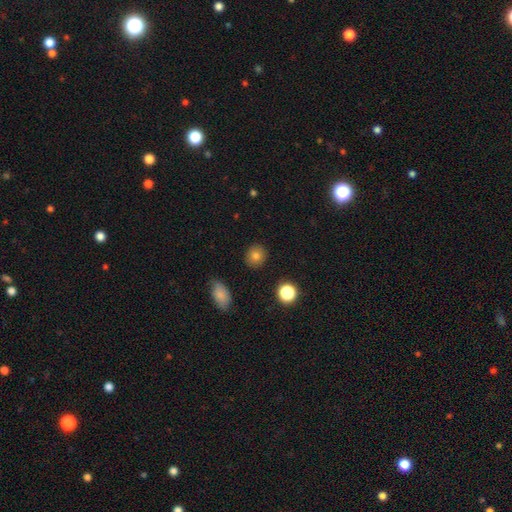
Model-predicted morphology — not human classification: Overall: smooth (81%). How rounded: round (84%). Merging: none (89%).